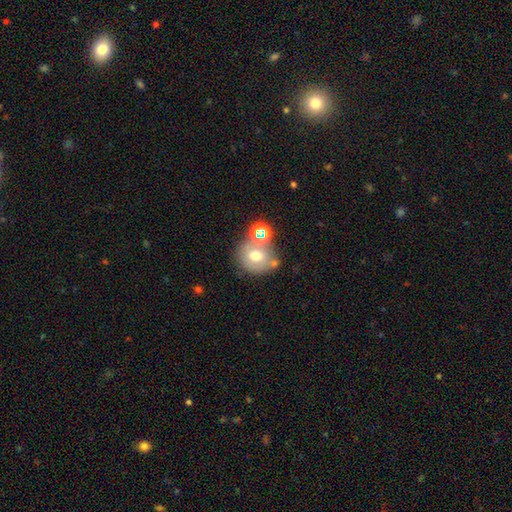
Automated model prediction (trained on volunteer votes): Smooth or featured? Predicted: smooth (p=0.60). How rounded? Predicted: round (p=0.74). Merging? Predicted: none (p=0.54).